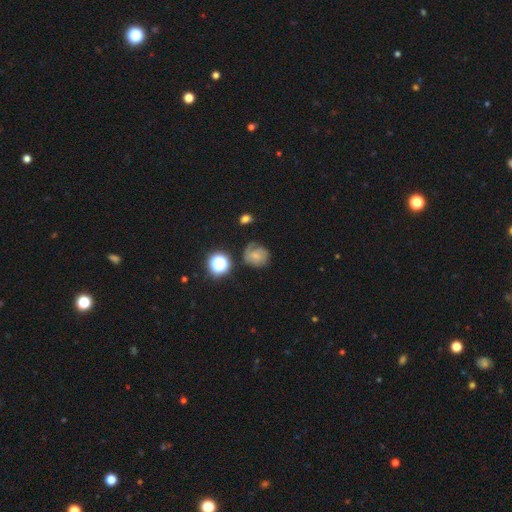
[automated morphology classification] This is marginally a featured or disk galaxy (43%). Merging: possibly none (57%).